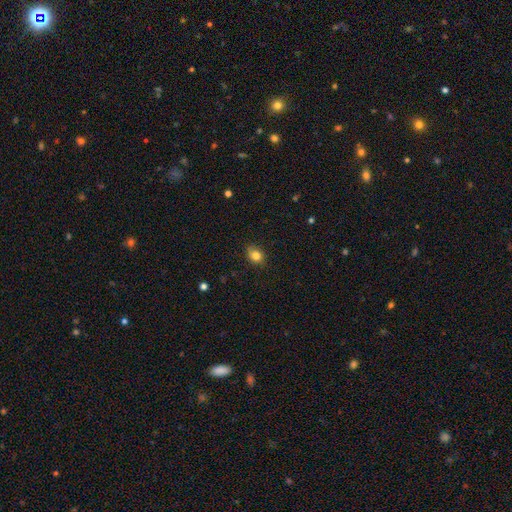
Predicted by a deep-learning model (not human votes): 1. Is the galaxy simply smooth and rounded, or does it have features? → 83% smooth, 11% star or artifact, 6% featured or disk.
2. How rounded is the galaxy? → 56% round, 43% in between, 1% cigar-shaped.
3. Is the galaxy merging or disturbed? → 81% none, 15% minor disturbance, 3% major disturbance, 1% merger.